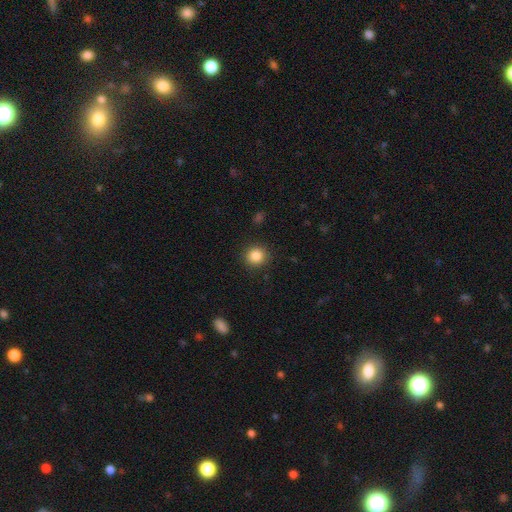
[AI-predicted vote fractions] Smooth or featured? smooth (85%)
How rounded? round (91%)
Merging? none (90%)